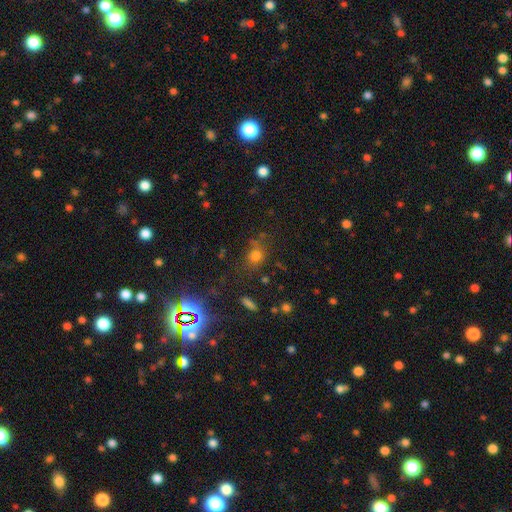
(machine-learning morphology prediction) Q: Smooth or featured?
A: smooth (69%); runner-up: star or artifact (21%)
Q: How rounded?
A: round (60%); runner-up: in between (38%)
Q: Merging?
A: none (67%); runner-up: minor disturbance (17%)